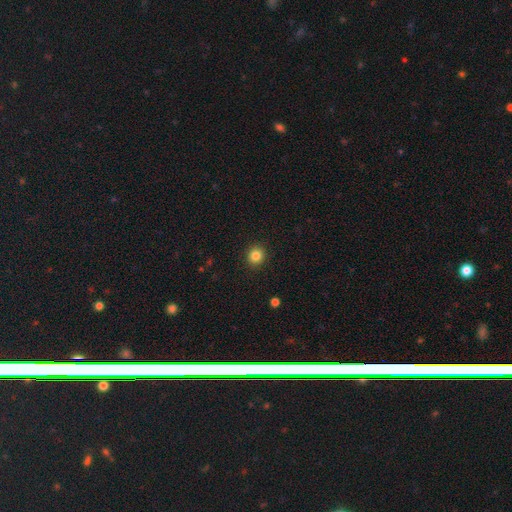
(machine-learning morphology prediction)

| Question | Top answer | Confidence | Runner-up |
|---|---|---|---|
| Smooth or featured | smooth | 84% | star or artifact (11%) |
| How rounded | round | 89% | in between (10%) |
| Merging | none | 92% | minor disturbance (5%) |